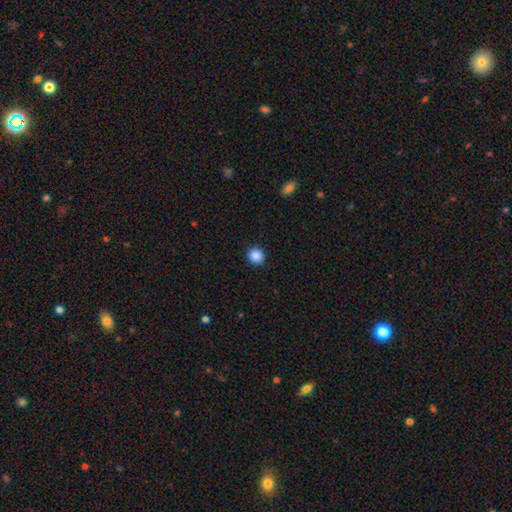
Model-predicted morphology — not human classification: The model was most divided on "smooth or featured": smooth: 88%, star or artifact: 9%, featured or disk: 3%. More confident: merging — none (92%); how rounded — round (91%).